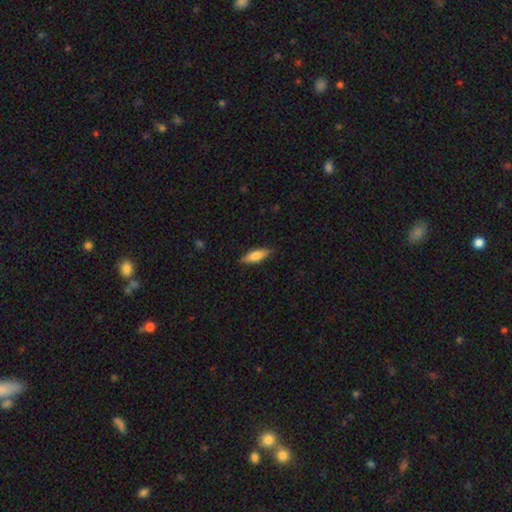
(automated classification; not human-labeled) Q: Smooth or featured?
A: smooth (76%); runner-up: featured or disk (18%)
Q: How rounded?
A: in between (57%); runner-up: cigar-shaped (41%)
Q: Merging?
A: none (85%); runner-up: minor disturbance (12%)